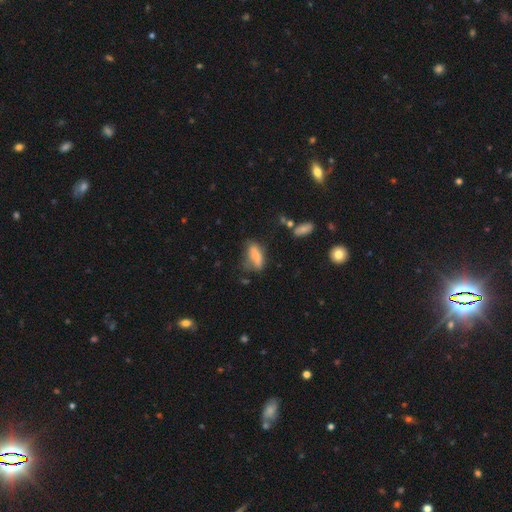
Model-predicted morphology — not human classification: smooth-or-featured: smooth: 74% | featured or disk: 17% | star or artifact: 9%
  how-rounded: in between: 65% | cigar-shaped: 32% | round: 3%
  merging: none: 50% | minor disturbance: 31% | major disturbance: 15% | merger: 4%